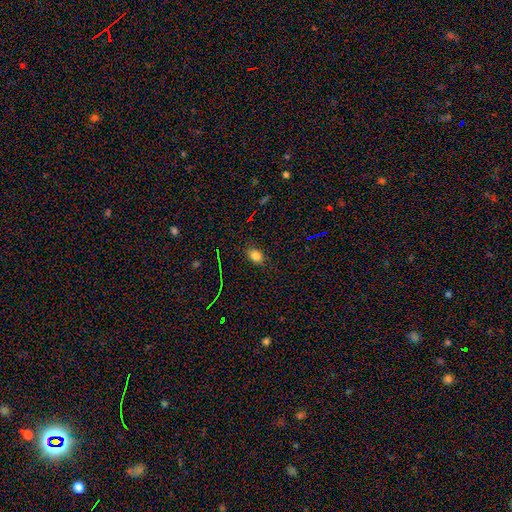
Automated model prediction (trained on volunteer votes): smooth 80%, star or artifact 13%, featured or disk 7%. Down the decision tree: how rounded — in between (80%); merging — none (85%).